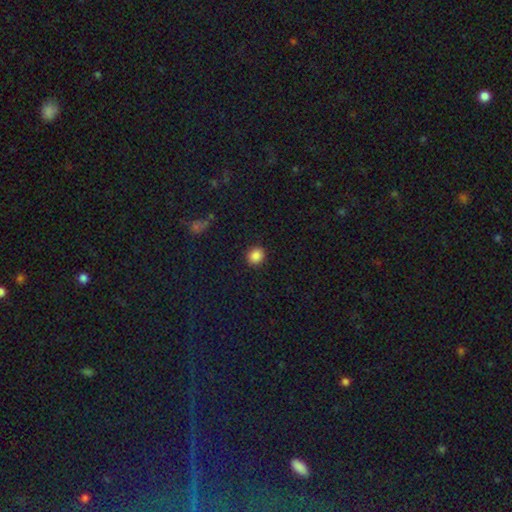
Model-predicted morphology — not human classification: Smooth or featured?
  - smooth: 87% *
  - star or artifact: 10%
  - featured or disk: 3%
How rounded?
  - round: 80% *
  - in between: 19%
  - cigar-shaped: 1%
Merging?
  - none: 90% *
  - minor disturbance: 7%
  - major disturbance: 2%
  - merger: 1%